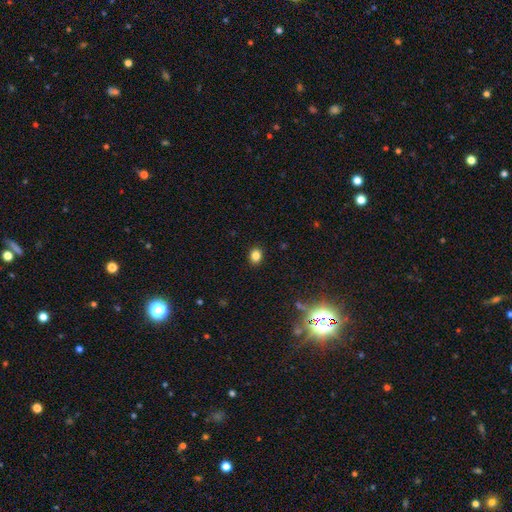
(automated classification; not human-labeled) Smooth or featured? smooth (83%)
How rounded? round (61%)
Merging? none (90%)